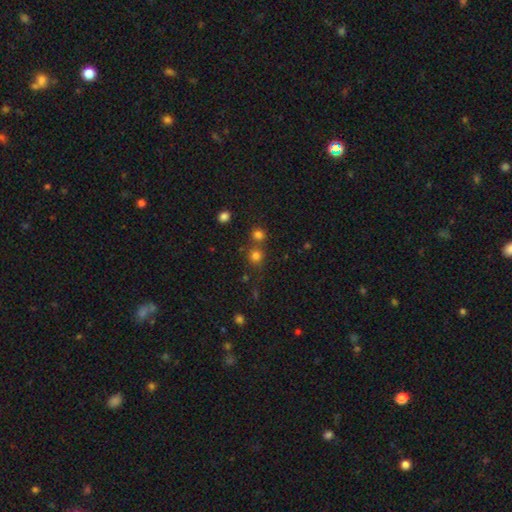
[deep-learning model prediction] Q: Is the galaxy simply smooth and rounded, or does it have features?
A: smooth — 75%.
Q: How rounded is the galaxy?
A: round — 88%.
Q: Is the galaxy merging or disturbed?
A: none — 65%.